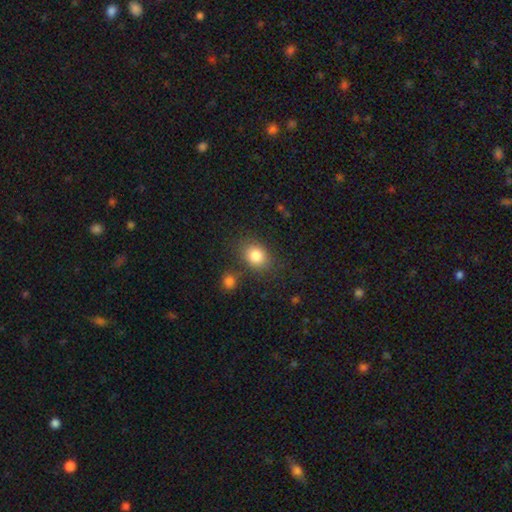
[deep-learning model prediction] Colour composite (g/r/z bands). It shows a smooth galaxy with no disk features (84%) that is in between round and cigar-shaped (51%). Merging: none (75%).